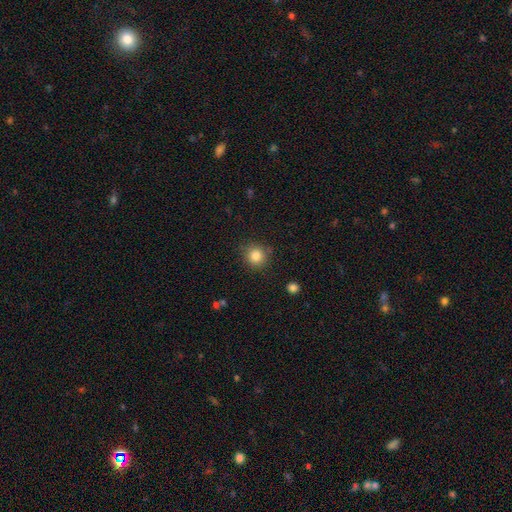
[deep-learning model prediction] Overall: smooth (84%). How rounded: round (91%). Merging: none (86%).